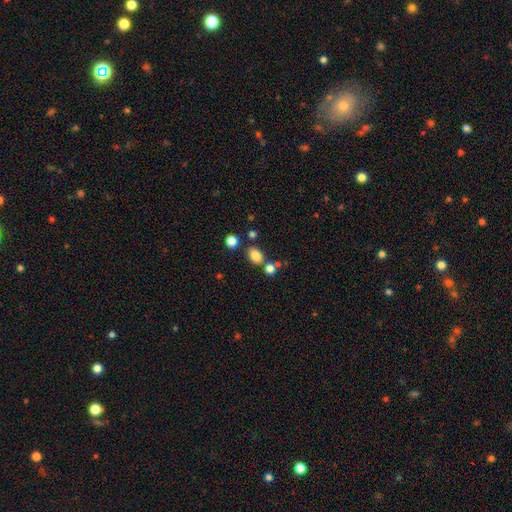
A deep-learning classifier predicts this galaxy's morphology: smooth-or-featured: smooth: 82% | star or artifact: 12% | featured or disk: 6%
  how-rounded: in between: 74% | round: 25% | cigar-shaped: 1%
  merging: none: 69% | merger: 15% | minor disturbance: 11% | major disturbance: 4%